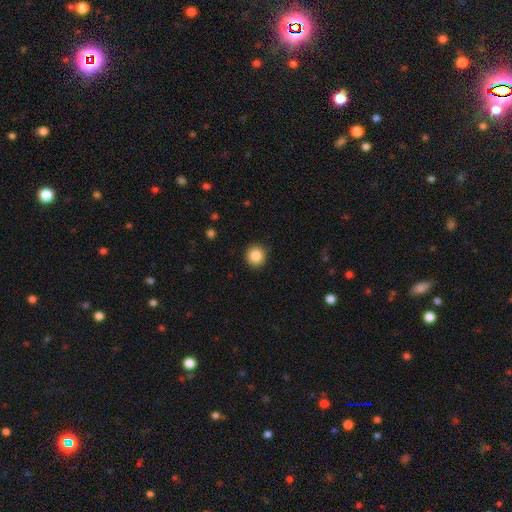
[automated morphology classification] A smooth galaxy with no disk features (86%) that is round (92%).

Vote fractions:
- Smooth or featured? smooth: 86% / star or artifact: 9% / featured or disk: 5%
- How rounded? round: 92% / in between: 7% / cigar-shaped: 1%
- Merging? none: 90% / minor disturbance: 7% / major disturbance: 2% / merger: 1%